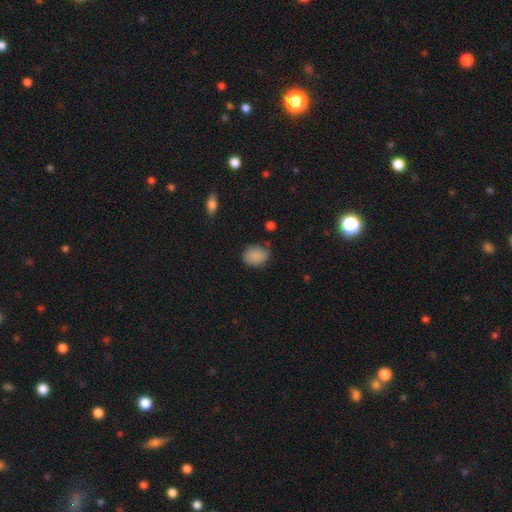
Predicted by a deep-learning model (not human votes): Smooth or featured? Predicted: smooth (p=0.85). How rounded? Predicted: in between (p=0.59). Merging? Predicted: none (p=0.65).